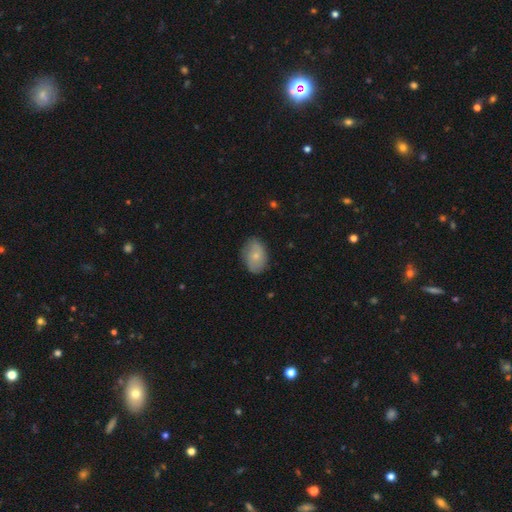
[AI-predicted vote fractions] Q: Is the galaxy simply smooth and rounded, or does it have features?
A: smooth — 68%.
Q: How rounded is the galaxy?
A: in between — 82%.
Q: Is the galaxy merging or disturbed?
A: none — 79%.